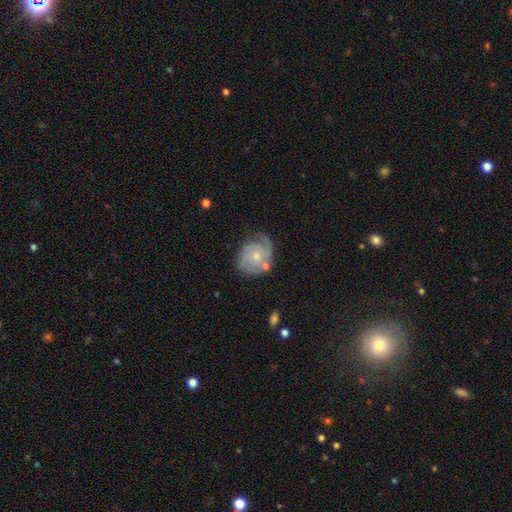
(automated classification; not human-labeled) Smooth or featured?
  - featured or disk: 67% *
  - smooth: 27%
  - star or artifact: 7%
Edge-on disk?
  - no: 98% *
  - yes: 2%
Bar?
  - no: 77% *
  - weak: 20%
  - strong: 2%
Spiral arms?
  - yes: 88% *
  - no: 12%
Spiral winding?
  - tight: 50% *
  - medium: 35%
  - loose: 15%
Spiral arm count?
  - 2: 35% *
  - can't tell: 29%
  - 3: 19%
  - 1: 10%
  - 4: 4%
  - more than 4: 3%
Bulge size?
  - small: 58% *
  - moderate: 35%
  - none: 4%
  - large: 2%
  - dominant: 1%
Merging?
  - none: 57% *
  - minor disturbance: 26%
  - major disturbance: 11%
  - merger: 7%